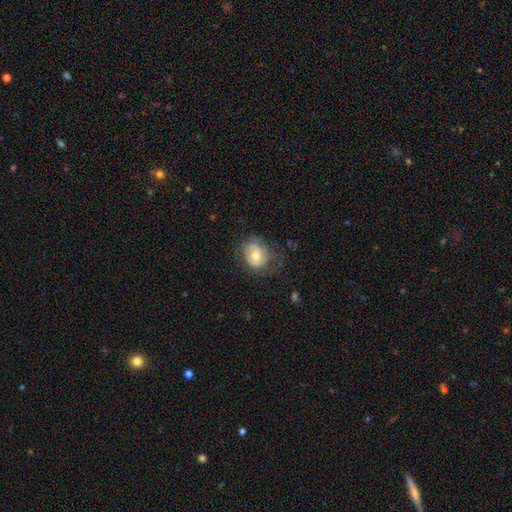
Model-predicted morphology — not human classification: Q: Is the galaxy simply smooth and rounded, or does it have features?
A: smooth — 53%.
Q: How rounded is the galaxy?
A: round — 63%.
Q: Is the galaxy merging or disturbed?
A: none — 61%.